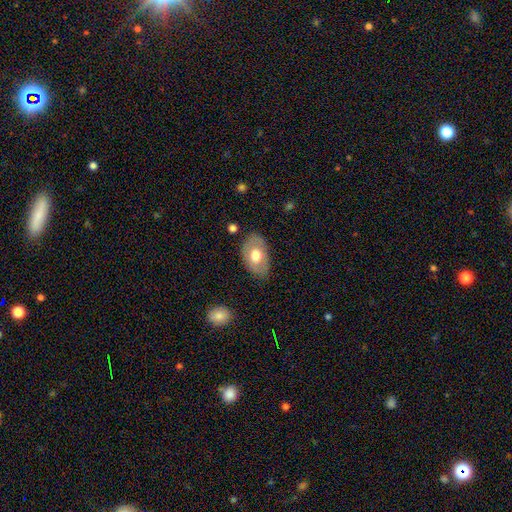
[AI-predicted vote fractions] Overall: smooth (59%; featured or disk 35%). How rounded: in between (89%). Merging: none (77%).